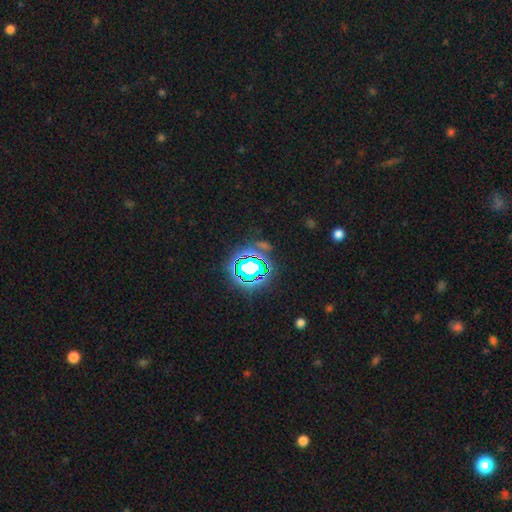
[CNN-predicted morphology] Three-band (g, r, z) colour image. It shows a star or artifact, not a galaxy (82%).